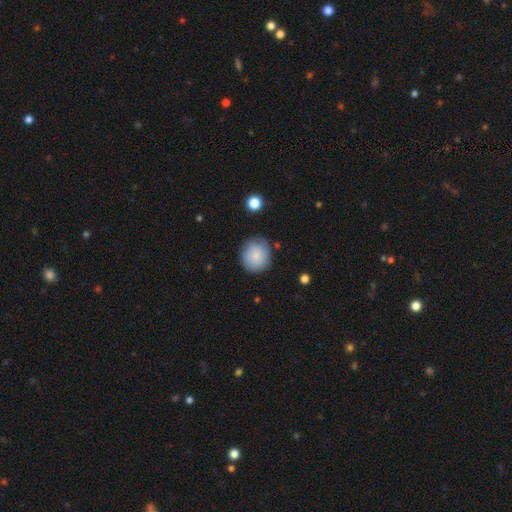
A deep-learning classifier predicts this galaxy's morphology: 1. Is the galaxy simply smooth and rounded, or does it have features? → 83% smooth, 10% featured or disk, 7% star or artifact.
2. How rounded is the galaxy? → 89% round, 10% in between, 1% cigar-shaped.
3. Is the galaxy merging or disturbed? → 77% none, 17% minor disturbance, 4% major disturbance, 2% merger.